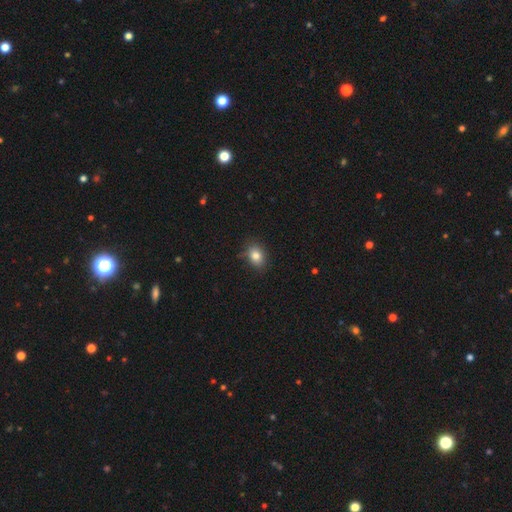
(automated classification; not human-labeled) smooth 82%, star or artifact 10%, featured or disk 8%. Down the decision tree: how rounded — in between (66%); merging — none (81%).